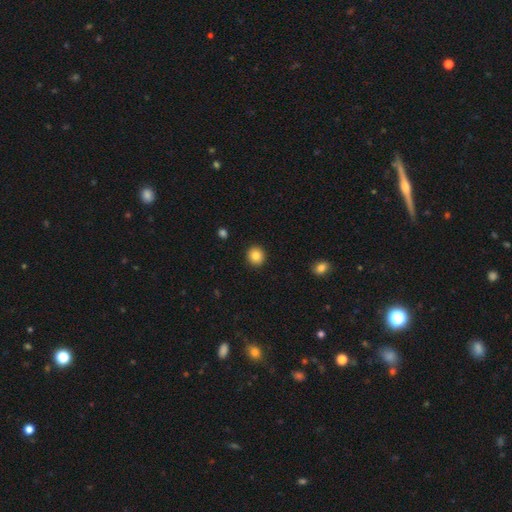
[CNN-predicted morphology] A smooth galaxy with no disk features (85%) that is round (90%). Merging: none (92%).